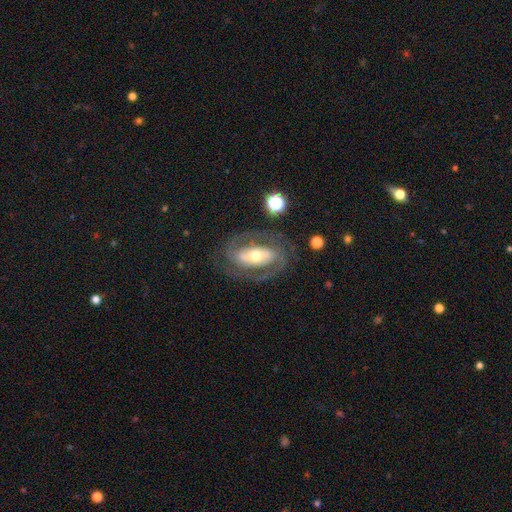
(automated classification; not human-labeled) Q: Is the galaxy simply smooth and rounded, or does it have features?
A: featured or disk — 79%.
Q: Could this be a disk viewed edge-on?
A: no — 94%.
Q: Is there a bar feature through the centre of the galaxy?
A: strong — 39%.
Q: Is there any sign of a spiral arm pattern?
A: yes — 78%.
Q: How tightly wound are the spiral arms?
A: tight — 45%.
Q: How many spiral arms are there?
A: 2 — 82%.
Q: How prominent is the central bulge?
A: moderate — 60%.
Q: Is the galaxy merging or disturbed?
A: none — 76%.